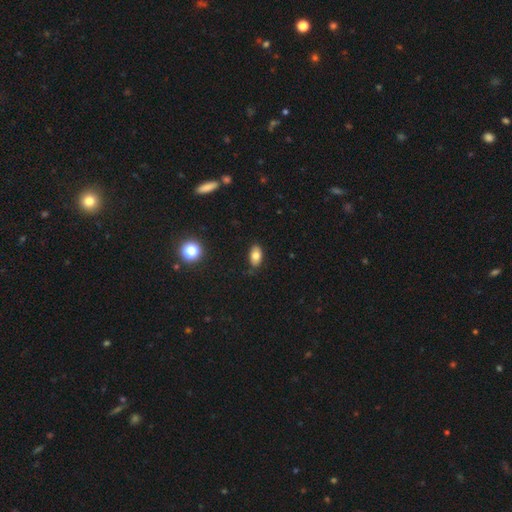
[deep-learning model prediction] This appears to be a smooth galaxy with no disk features (79%) that is in between round and cigar-shaped (91%). Merging: none (81%).